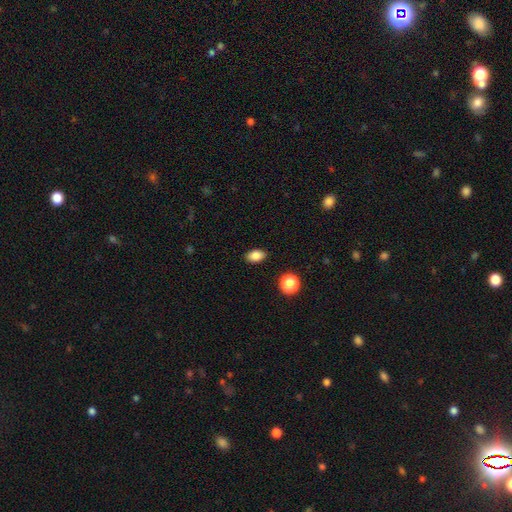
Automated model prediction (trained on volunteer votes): smooth_or_featured: smooth (p=0.85) [alt: star or artifact p=0.10]
how_rounded: in between (p=0.85) [alt: round p=0.13]
merging: none (p=0.86) [alt: minor disturbance p=0.10]